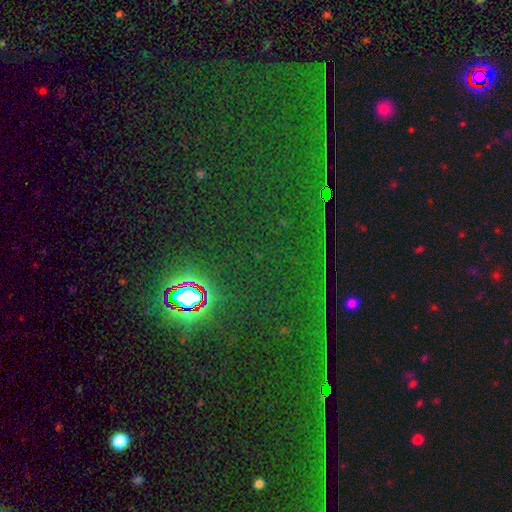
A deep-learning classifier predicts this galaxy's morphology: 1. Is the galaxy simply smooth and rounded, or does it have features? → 84% star or artifact, 9% smooth, 7% featured or disk.